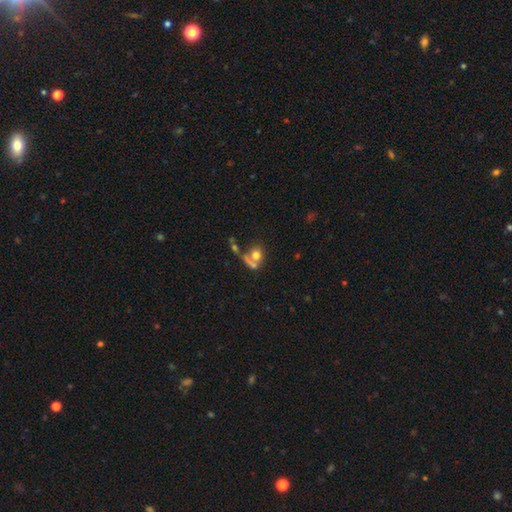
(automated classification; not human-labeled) smooth 68%, featured or disk 20%, star or artifact 12%. Down the decision tree: how rounded — round (66%); merging — merger (41%).